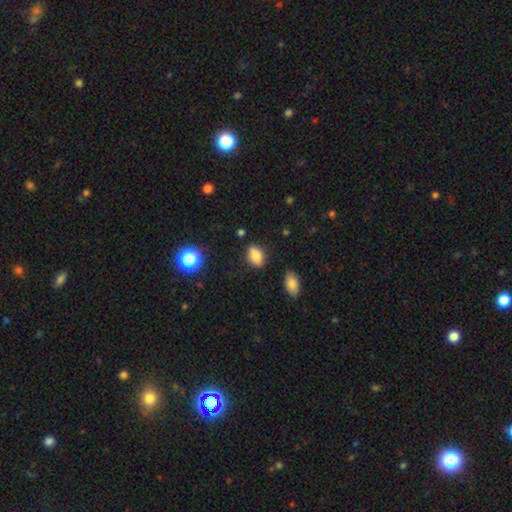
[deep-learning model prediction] Smooth or featured? smooth (80%)
How rounded? in between (81%)
Merging? none (81%)